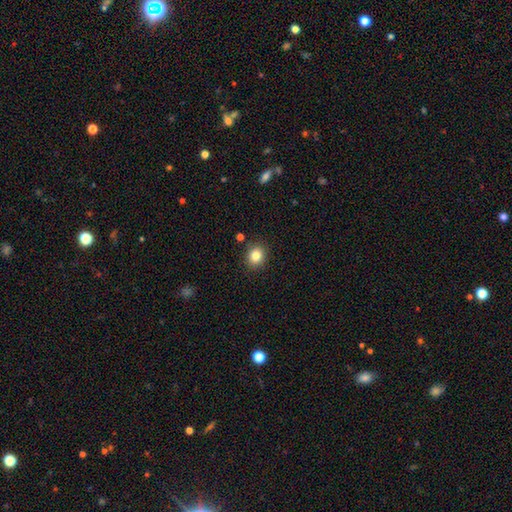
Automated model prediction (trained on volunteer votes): Smooth or featured? Predicted: smooth (p=0.83). How rounded? Predicted: round (p=0.74). Merging? Predicted: none (p=0.87).